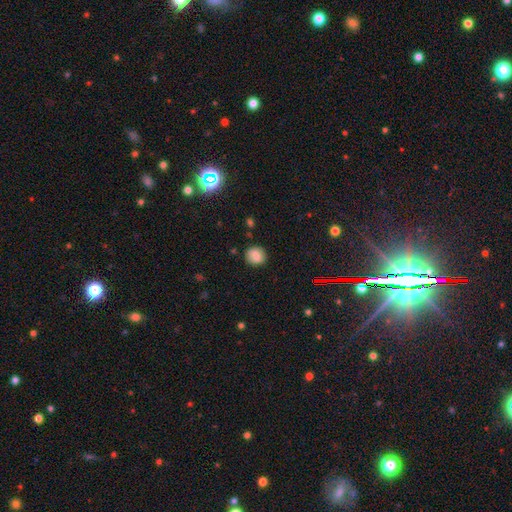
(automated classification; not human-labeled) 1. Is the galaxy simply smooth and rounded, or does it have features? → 77% smooth, 12% featured or disk, 11% star or artifact.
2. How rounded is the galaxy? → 78% round, 20% in between, 1% cigar-shaped.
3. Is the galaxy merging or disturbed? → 84% none, 11% minor disturbance, 3% major disturbance, 2% merger.